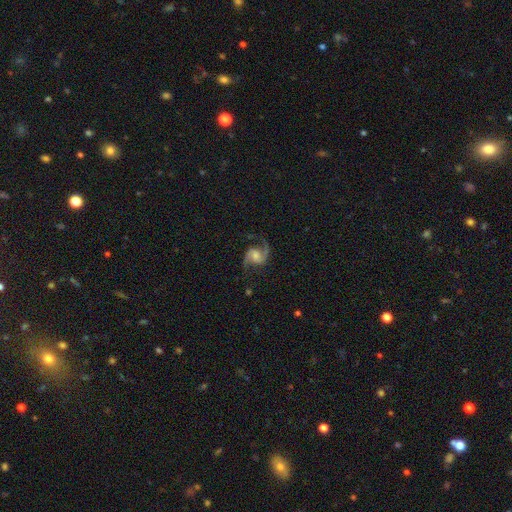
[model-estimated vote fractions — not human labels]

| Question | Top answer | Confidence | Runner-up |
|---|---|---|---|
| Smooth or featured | featured or disk | 90% | smooth (5%) |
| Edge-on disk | no | 98% | yes (2%) |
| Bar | no | 52% | weak (39%) |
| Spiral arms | yes | 98% | no (2%) |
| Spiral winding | medium | 49% | loose (42%) |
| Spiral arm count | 2 | 94% | 1 (2%) |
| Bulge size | moderate | 45% | small (27%) |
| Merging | none | 78% | minor disturbance (13%) |